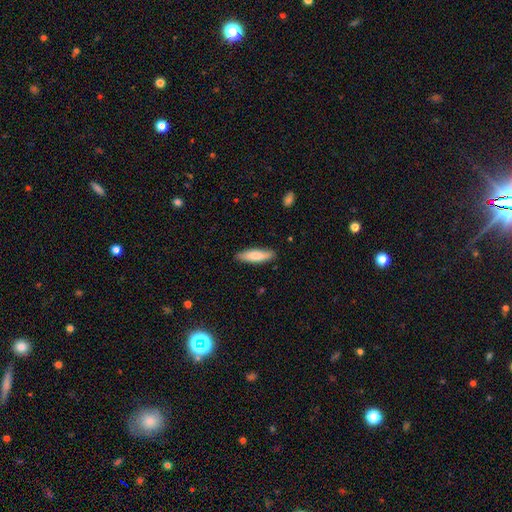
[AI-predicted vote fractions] A smooth galaxy with no disk features (80%) that is cigar-shaped (63%).

Vote fractions:
- Smooth or featured? smooth: 80% / featured or disk: 15% / star or artifact: 5%
- How rounded? cigar-shaped: 63% / in between: 36% / round: 1%
- Merging? none: 86% / minor disturbance: 11% / major disturbance: 2% / merger: 1%